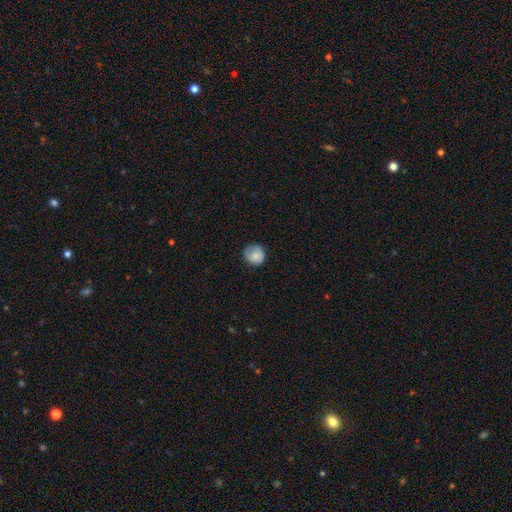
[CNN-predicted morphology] Overall: smooth (82%). How rounded: round (90%). Merging: none (74%).